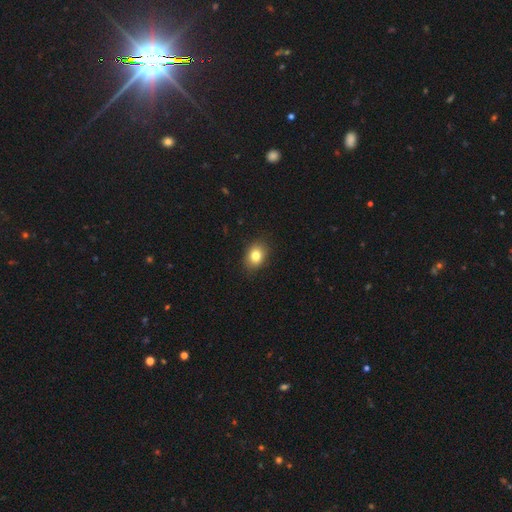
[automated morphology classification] This is clearly a smooth galaxy (82%). How rounded: likely in between (65%). Merging: clearly none (87%).